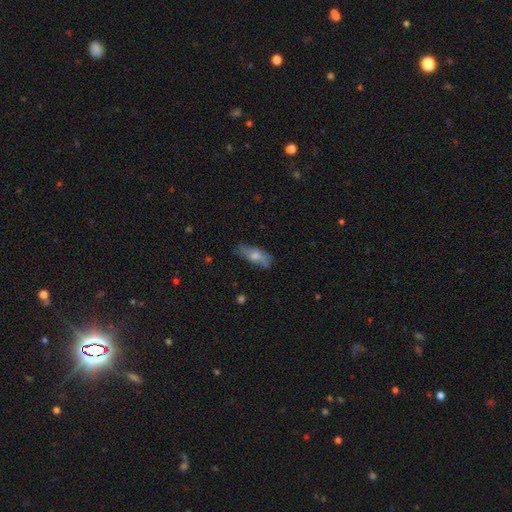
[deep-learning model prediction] smooth_or_featured: smooth (p=0.57) [alt: featured or disk p=0.36]
how_rounded: in between (p=0.66) [alt: cigar-shaped p=0.31]
merging: none (p=0.68) [alt: minor disturbance p=0.24]